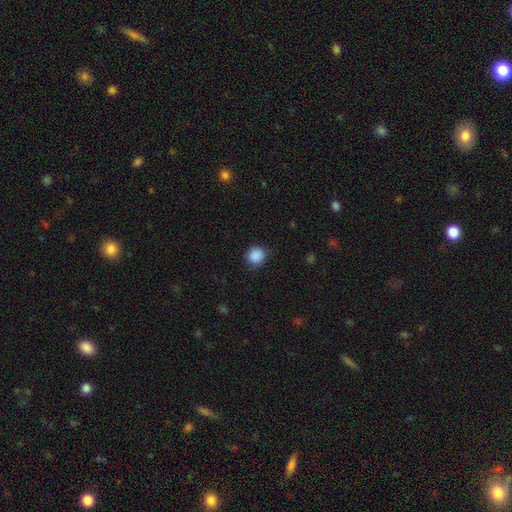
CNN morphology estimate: smooth 88%, star or artifact 9%, featured or disk 3%. Down the decision tree: how rounded — round (91%); merging — none (87%).